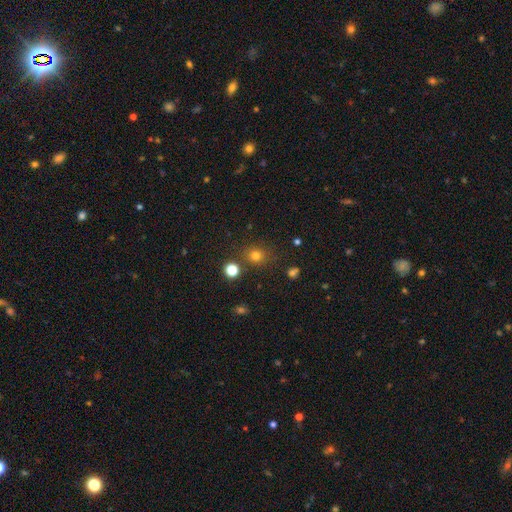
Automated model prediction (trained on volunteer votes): Smooth or featured?
  - smooth: 76% *
  - star or artifact: 18%
  - featured or disk: 6%
How rounded?
  - round: 83% *
  - in between: 17%
  - cigar-shaped: 1%
Merging?
  - none: 80% *
  - minor disturbance: 10%
  - merger: 6%
  - major disturbance: 4%